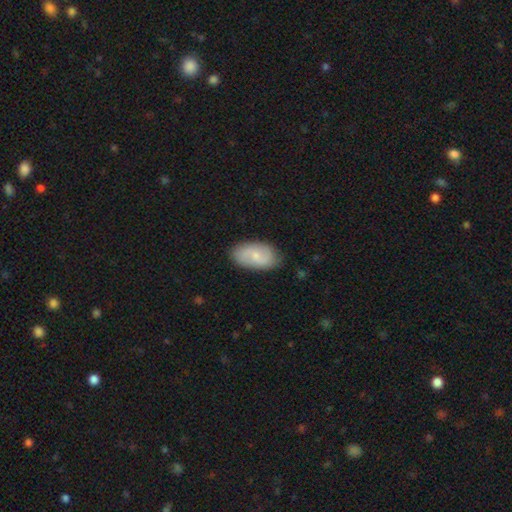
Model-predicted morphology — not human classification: This is possibly a smooth galaxy (53%). How rounded: clearly in between (93%). Merging: clearly none (82%).